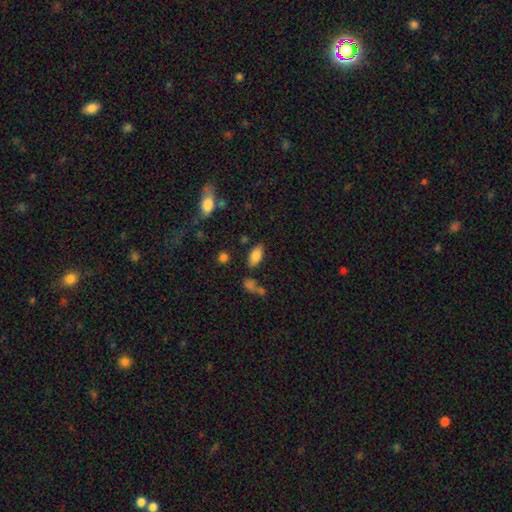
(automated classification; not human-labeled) This is clearly a smooth galaxy (84%). How rounded: clearly in between (91%). Merging: likely none (78%).